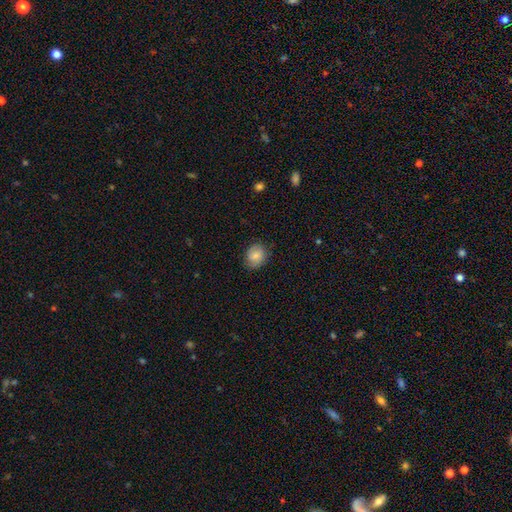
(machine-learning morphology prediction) Smooth or featured: smooth — 81% (featured or disk — 11%)
How rounded: round — 65% (in between — 34%)
Merging: none — 81% (minor disturbance — 15%)